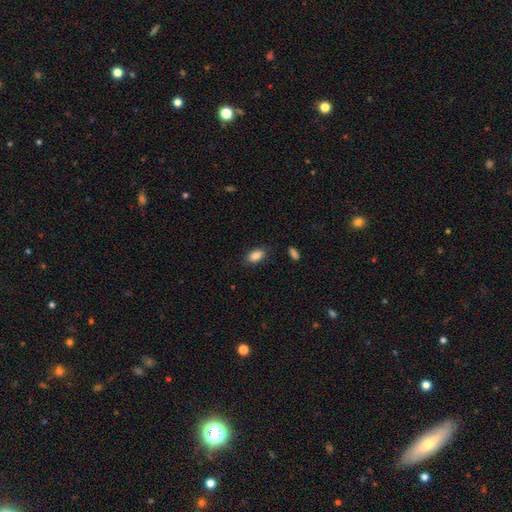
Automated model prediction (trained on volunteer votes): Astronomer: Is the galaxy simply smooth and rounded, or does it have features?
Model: smooth — 86%.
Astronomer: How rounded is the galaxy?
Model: in between — 91%.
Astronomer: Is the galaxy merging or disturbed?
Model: none — 84%.